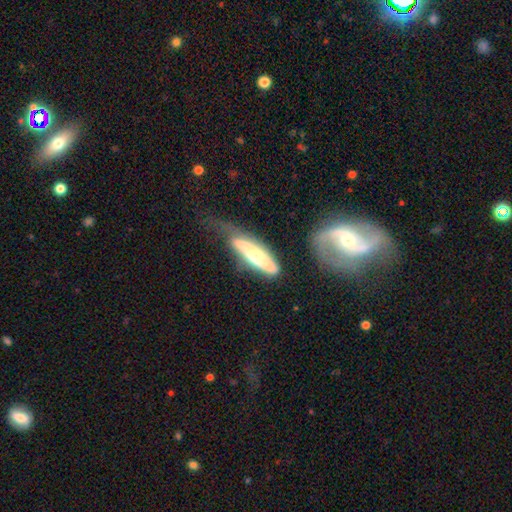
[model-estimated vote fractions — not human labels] The model was most divided on "merging": minor disturbance: 32%, none: 31%, major disturbance: 29%, merger: 8%. More confident: smooth or featured — featured or disk (55%); edge-on disk — no (53%).